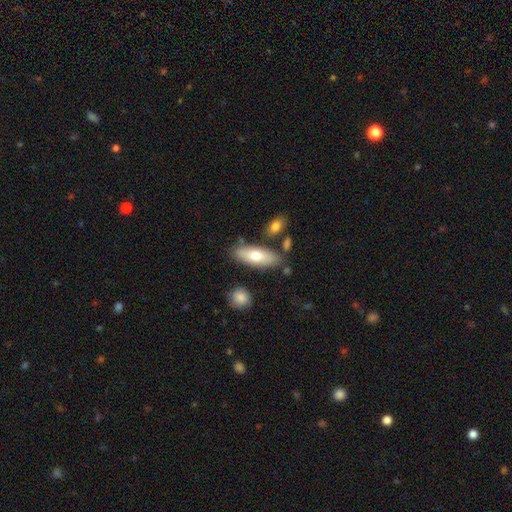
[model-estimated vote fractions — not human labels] Q: Smooth or featured?
A: smooth (69%); runner-up: featured or disk (25%)
Q: How rounded?
A: in between (67%); runner-up: cigar-shaped (31%)
Q: Merging?
A: none (78%); runner-up: minor disturbance (12%)